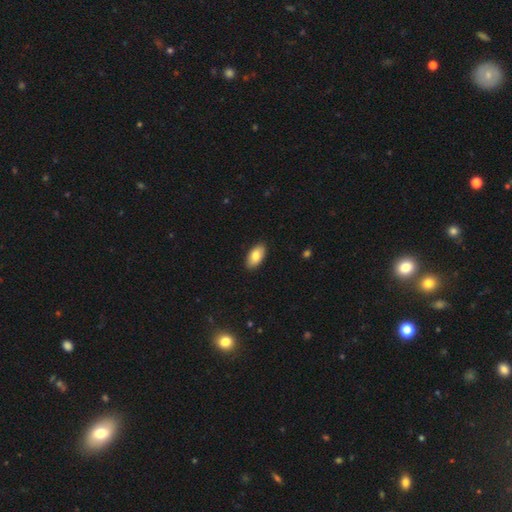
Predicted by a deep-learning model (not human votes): Smooth or featured? smooth (81%)
How rounded? in between (94%)
Merging? none (89%)